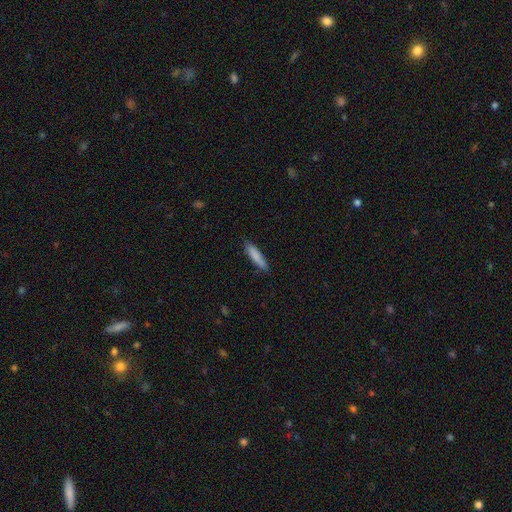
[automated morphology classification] A smooth galaxy with no disk features (84%) that is cigar-shaped (81%). Merging: none (84%).